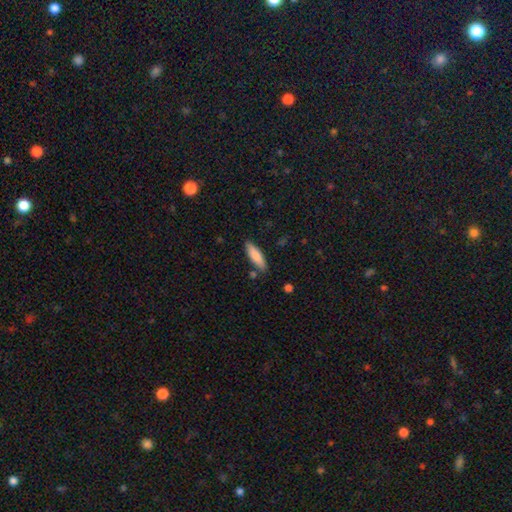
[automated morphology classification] Smooth or featured?
  - smooth: 81% *
  - featured or disk: 13%
  - star or artifact: 6%
How rounded?
  - cigar-shaped: 53% *
  - in between: 45%
  - round: 2%
Merging?
  - none: 83% *
  - minor disturbance: 11%
  - merger: 3%
  - major disturbance: 2%